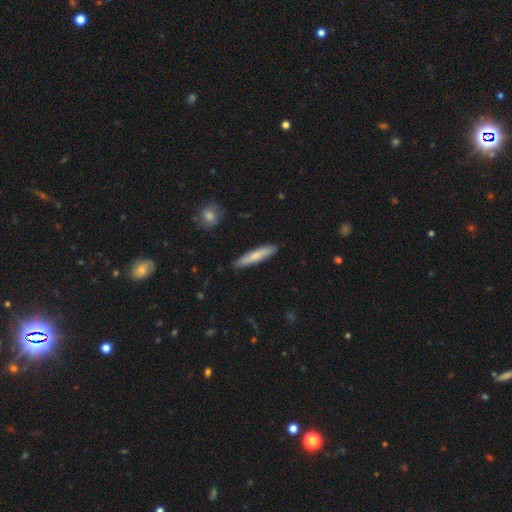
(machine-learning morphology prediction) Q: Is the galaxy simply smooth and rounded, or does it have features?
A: smooth — 69%.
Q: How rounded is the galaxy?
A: cigar-shaped — 89%.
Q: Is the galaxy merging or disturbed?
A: none — 87%.